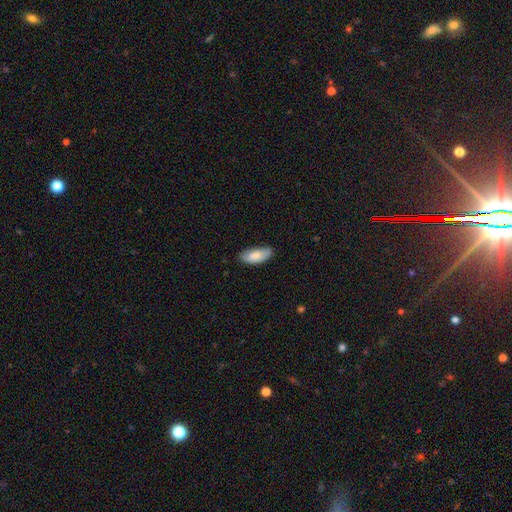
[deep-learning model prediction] This is likely a smooth galaxy (80%). How rounded: clearly in between (88%). Merging: likely none (73%).